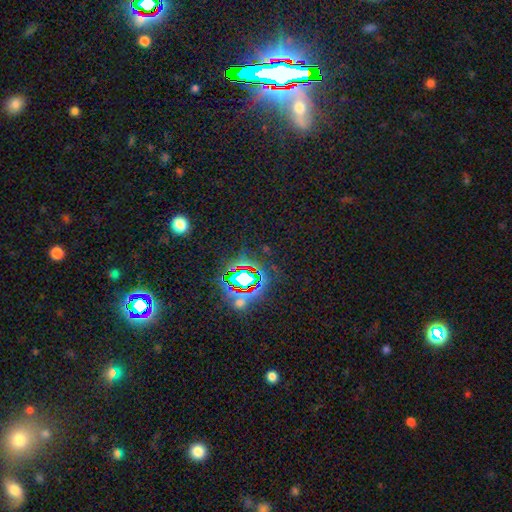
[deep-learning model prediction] A star or artifact, not a galaxy (80%).

Vote fractions:
- Smooth or featured? star or artifact: 80% / smooth: 11% / featured or disk: 9%